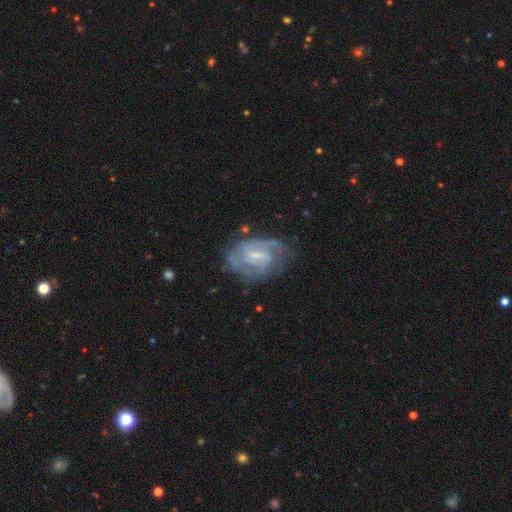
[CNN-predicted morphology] A featured or disk galaxy (81%) with a weak bar (57%), 2 (42%) tight (49%) spiral arms (87%) and a small central bulge (52%). Merging: none (62%).